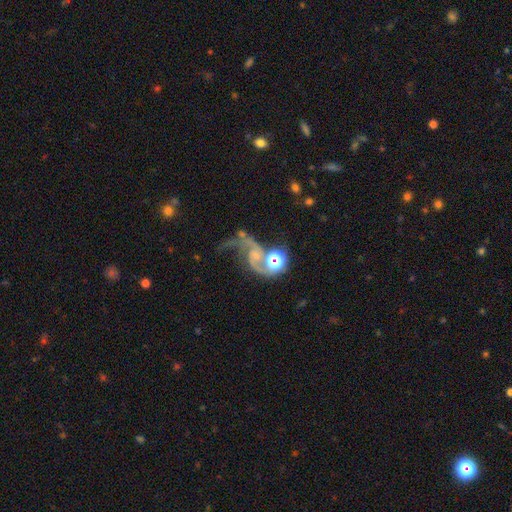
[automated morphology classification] This is likely a featured or disk galaxy (72%). It is clearly not viewed edge-on (97%). Bar: likely no (62%). Spiral arm pattern: clearly yes (90%). Spiral arm count: likely 2 (74%). Spiral winding: likely loose (68%). Central bulge: possibly small (46%). Merging: marginally major disturbance (32%, tied with none).